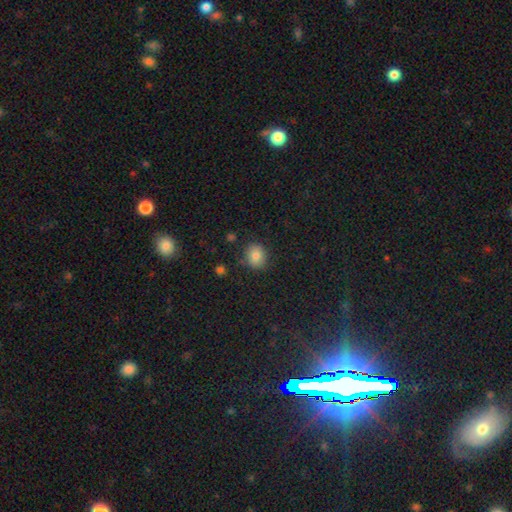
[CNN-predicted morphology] smooth 82%, star or artifact 11%, featured or disk 7%. Down the decision tree: how rounded — round (67%); merging — none (84%).